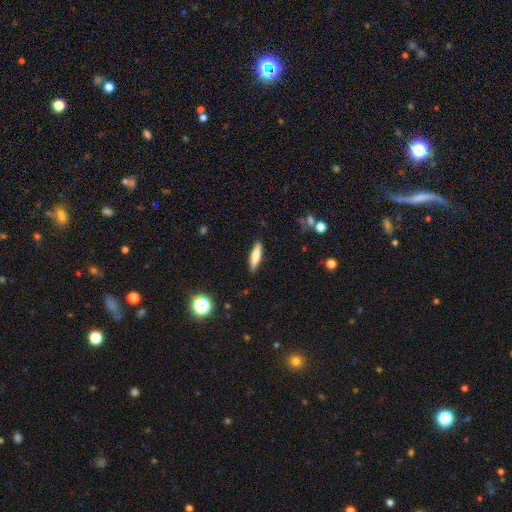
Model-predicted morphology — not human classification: A smooth galaxy with no disk features (65%) that is cigar-shaped (73%). Merging: none (88%).